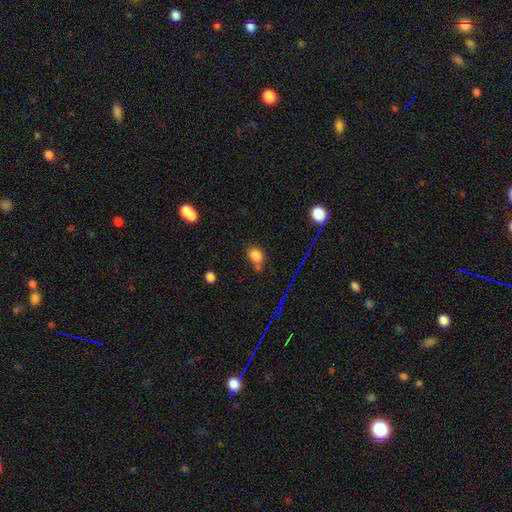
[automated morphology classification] Q: Smooth or featured?
A: smooth (79%); runner-up: star or artifact (15%)
Q: How rounded?
A: in between (56%); runner-up: round (42%)
Q: Merging?
A: none (55%); runner-up: minor disturbance (21%)